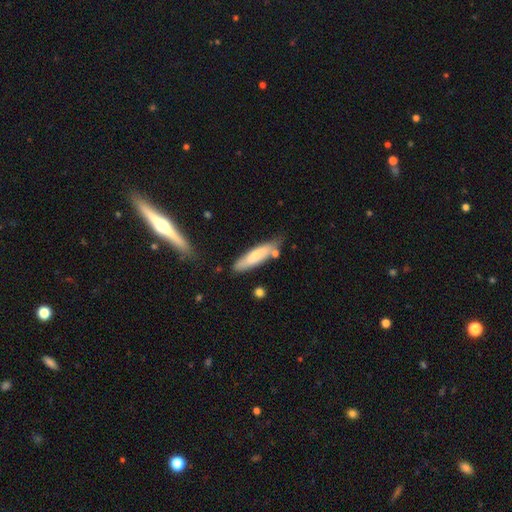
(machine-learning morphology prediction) This appears to be a smooth galaxy with no disk features (72%) that is cigar-shaped (69%). Merging: none (69%).